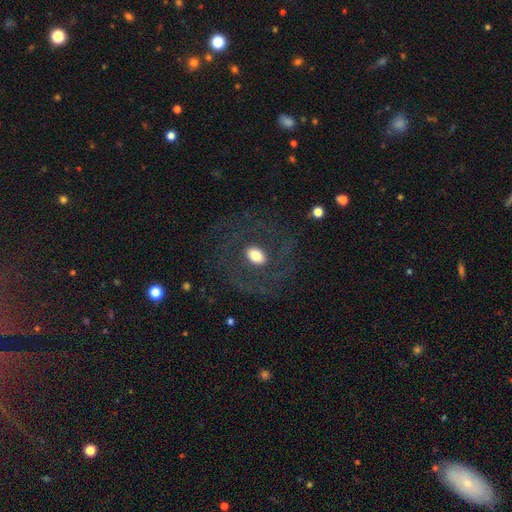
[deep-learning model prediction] Morphology: type=featured or disk (57%); edge-on=no (94%); bar=no (58%); spiral arms=yes (70%); bulge=moderate (45%); merging=none (71%).